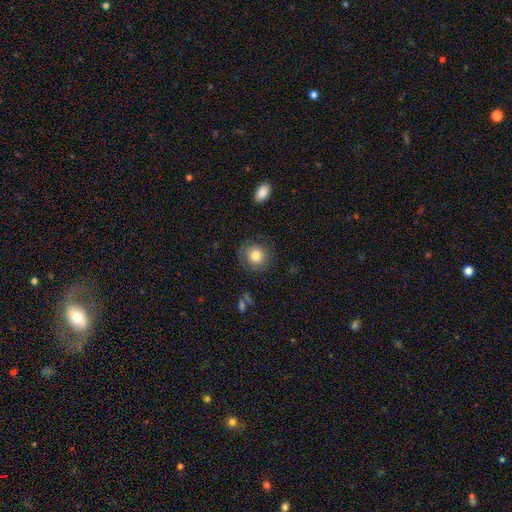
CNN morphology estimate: Overall: smooth (77%). How rounded: round (87%). Merging: none (81%).